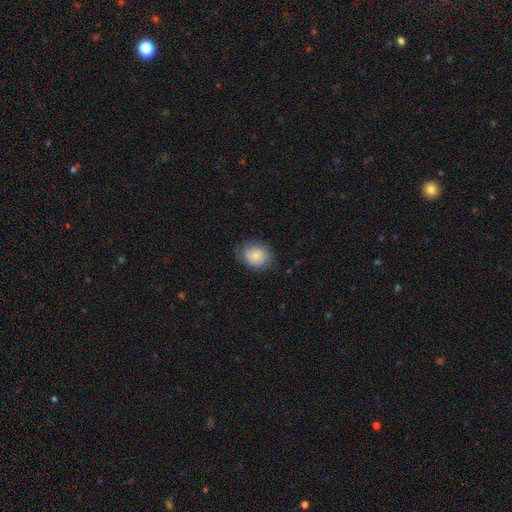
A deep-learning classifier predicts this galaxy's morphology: smooth_or_featured: smooth (p=0.74) [alt: featured or disk p=0.18]
how_rounded: round (p=0.56) [alt: in between p=0.43]
merging: none (p=0.74) [alt: minor disturbance p=0.20]